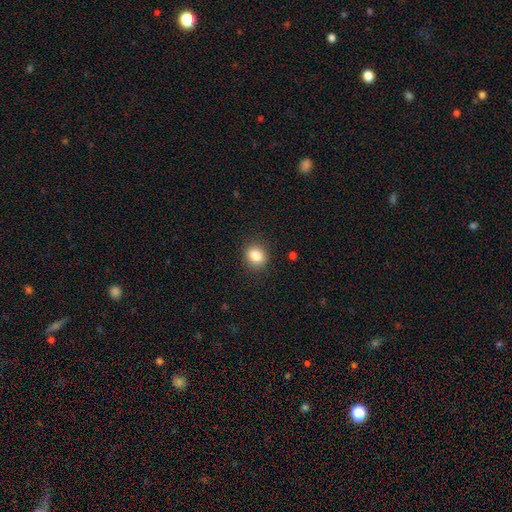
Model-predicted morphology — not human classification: A smooth galaxy with no disk features (85%) that is round (62%). Merging: none (88%).